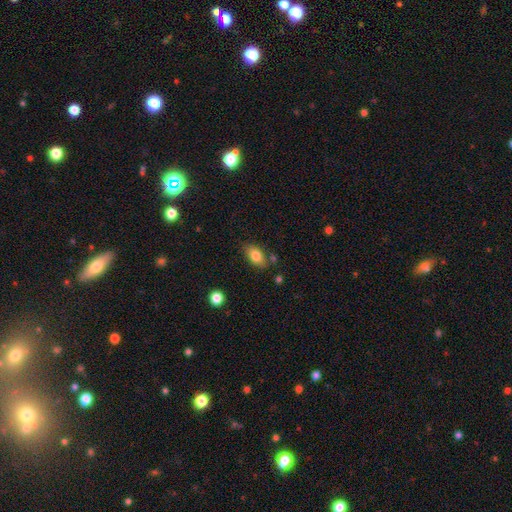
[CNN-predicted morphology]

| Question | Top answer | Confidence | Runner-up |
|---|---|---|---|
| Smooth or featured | smooth | 81% | featured or disk (11%) |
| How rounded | in between | 90% | round (6%) |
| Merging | none | 75% | minor disturbance (16%) |